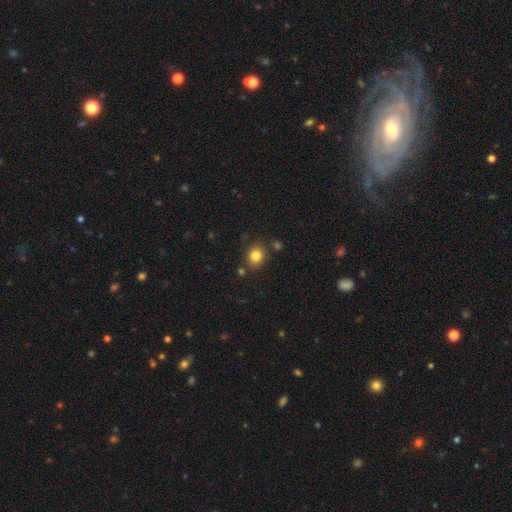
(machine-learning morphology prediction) Smooth or featured?
  - smooth: 83% *
  - star or artifact: 11%
  - featured or disk: 6%
How rounded?
  - round: 66% *
  - in between: 33%
  - cigar-shaped: 1%
Merging?
  - none: 80% *
  - minor disturbance: 11%
  - merger: 6%
  - major disturbance: 3%